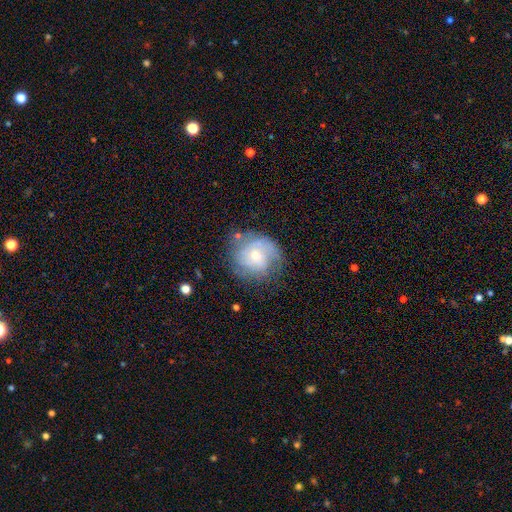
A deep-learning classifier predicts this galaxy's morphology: The model was most divided on "bulge size": moderate: 49%, small: 45%, large: 4%, none: 2%, dominant: 1%. More confident: edge-on disk — no (97%); spiral arms — yes (81%); merging — none (64%); bar — no (63%); smooth or featured — featured or disk (62%).